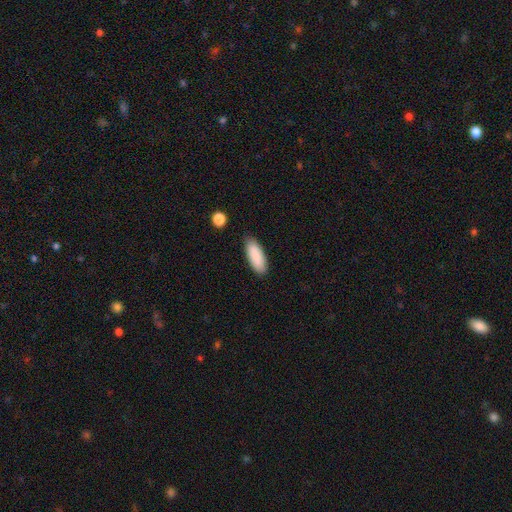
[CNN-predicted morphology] type=smooth (89%); roundness=in between (72%); merging=none (85%).